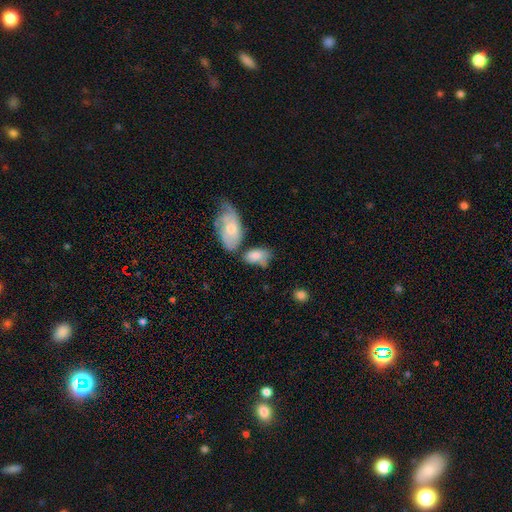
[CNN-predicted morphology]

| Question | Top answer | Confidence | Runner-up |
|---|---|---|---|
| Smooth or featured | smooth | 72% | featured or disk (21%) |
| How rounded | in between | 91% | round (6%) |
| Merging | none | 33% | minor disturbance (27%) |